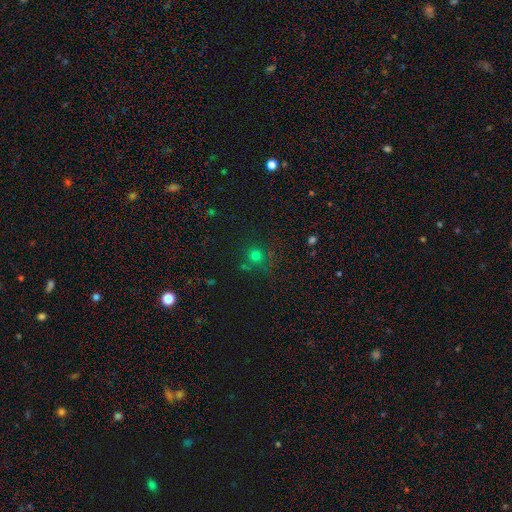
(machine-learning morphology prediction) smooth-or-featured: smooth: 68% | star or artifact: 24% | featured or disk: 8%
  how-rounded: round: 90% | in between: 9% | cigar-shaped: 1%
  merging: none: 70% | minor disturbance: 13% | merger: 10% | major disturbance: 7%